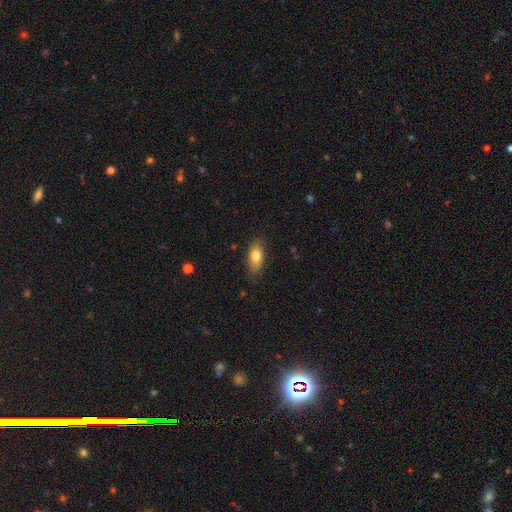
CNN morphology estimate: A smooth galaxy with no disk features (78%) that is in between round and cigar-shaped (82%). Merging: none (80%).